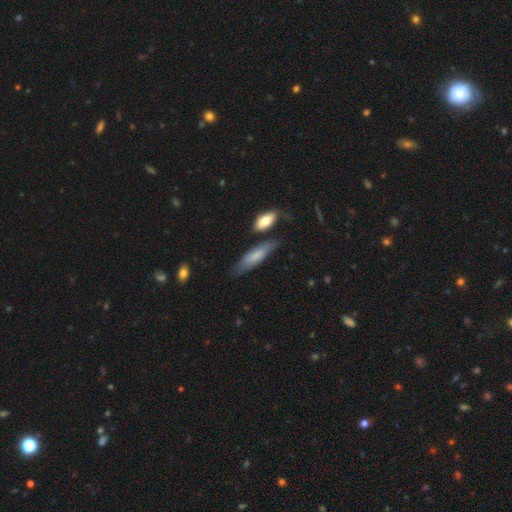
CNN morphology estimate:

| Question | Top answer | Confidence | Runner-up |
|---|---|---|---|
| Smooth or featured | smooth | 71% | featured or disk (23%) |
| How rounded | cigar-shaped | 62% | in between (36%) |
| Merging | none | 68% | minor disturbance (20%) |